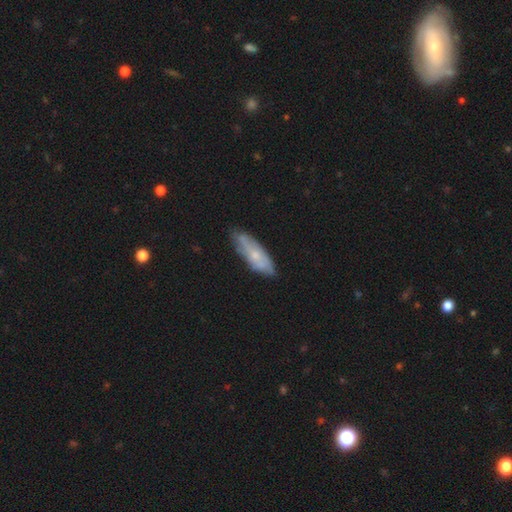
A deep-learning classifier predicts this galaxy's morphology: smooth 48%, featured or disk 45%, star or artifact 6%. Down the decision tree: merging — none (73%).